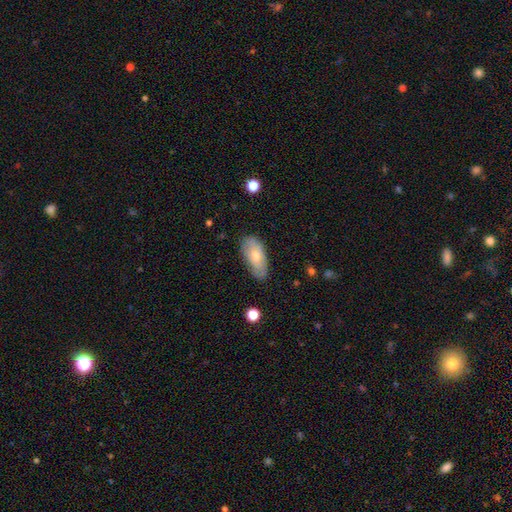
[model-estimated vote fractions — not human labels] smooth 68%, featured or disk 26%, star or artifact 6%. Down the decision tree: how rounded — in between (90%); merging — none (74%).